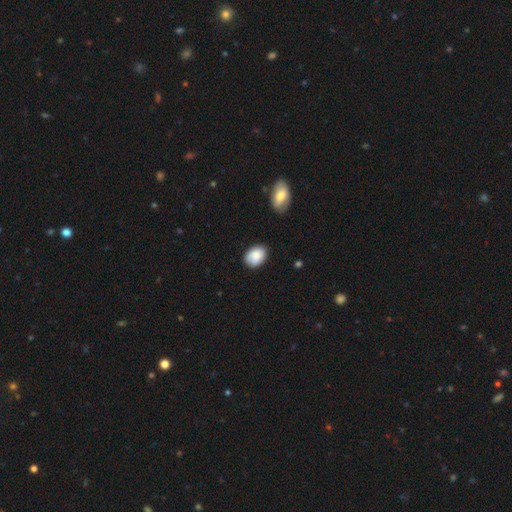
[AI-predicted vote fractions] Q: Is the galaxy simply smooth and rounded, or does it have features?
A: smooth — 84%.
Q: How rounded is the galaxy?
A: in between — 72%.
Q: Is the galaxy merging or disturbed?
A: none — 75%.